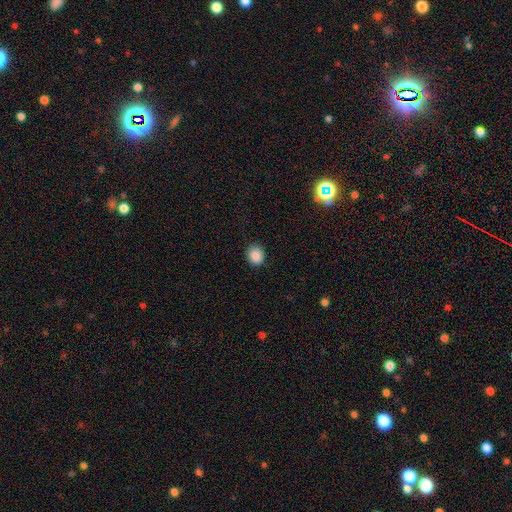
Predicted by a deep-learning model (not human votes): Morphology: type=smooth (87%); roundness=round (73%); merging=none (88%).